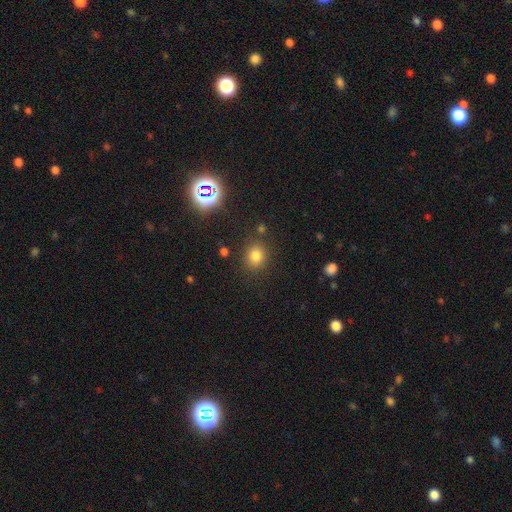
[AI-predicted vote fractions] Smooth or featured? Predicted: smooth (p=0.78). How rounded? Predicted: round (p=0.69). Merging? Predicted: none (p=0.82).